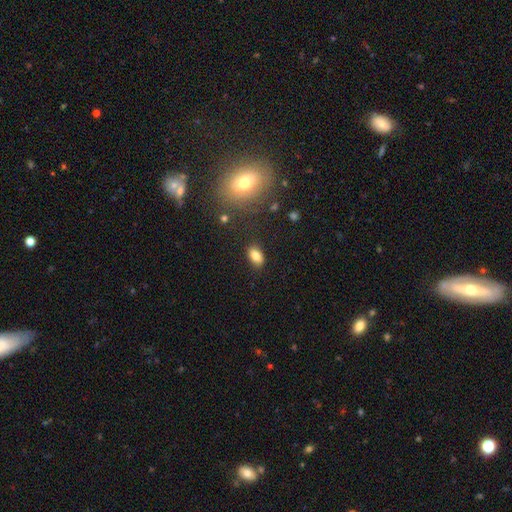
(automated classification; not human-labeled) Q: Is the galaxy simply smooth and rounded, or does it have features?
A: smooth — 82%.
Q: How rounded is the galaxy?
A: in between — 90%.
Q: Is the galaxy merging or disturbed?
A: none — 86%.